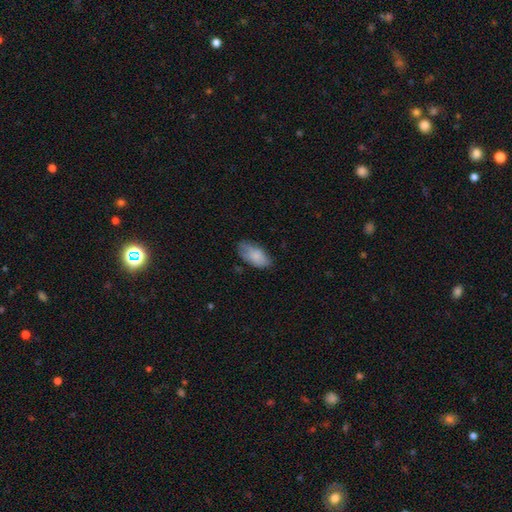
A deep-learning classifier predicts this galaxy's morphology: Smooth or featured: smooth — 81% (featured or disk — 12%)
How rounded: in between — 94% (cigar-shaped — 3%)
Merging: none — 65% (minor disturbance — 27%)